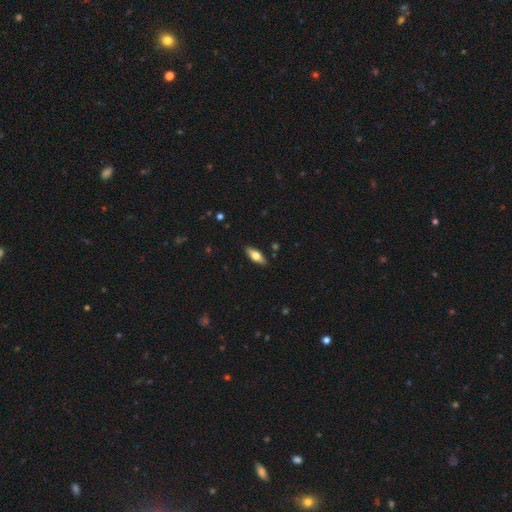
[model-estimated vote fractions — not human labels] smooth-or-featured: smooth: 62% | featured or disk: 32% | star or artifact: 6%
  how-rounded: in between: 70% | cigar-shaped: 27% | round: 2%
  merging: none: 88% | minor disturbance: 9% | major disturbance: 2% | merger: 1%